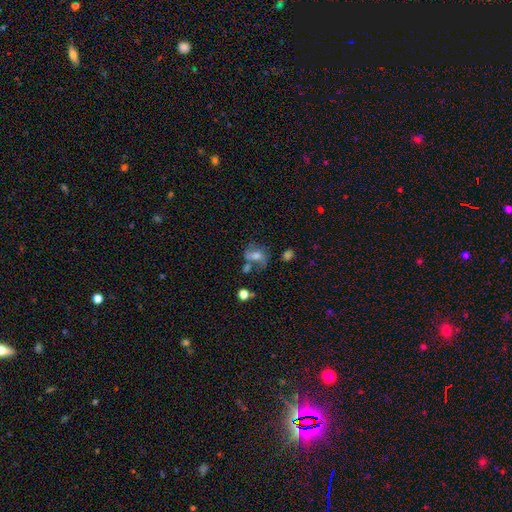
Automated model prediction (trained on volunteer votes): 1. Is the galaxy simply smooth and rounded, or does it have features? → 45% smooth, 43% featured or disk, 12% star or artifact.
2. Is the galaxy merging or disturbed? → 41% none, 22% merger, 21% minor disturbance, 17% major disturbance.